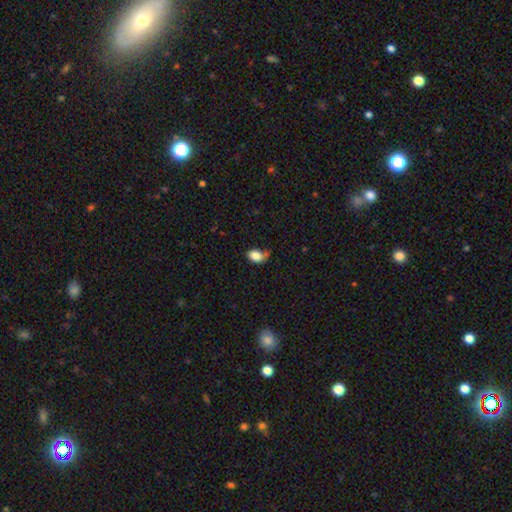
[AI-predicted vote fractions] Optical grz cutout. It shows a smooth galaxy with no disk features (82%) that is in between round and cigar-shaped (78%). Merging: none (43%).